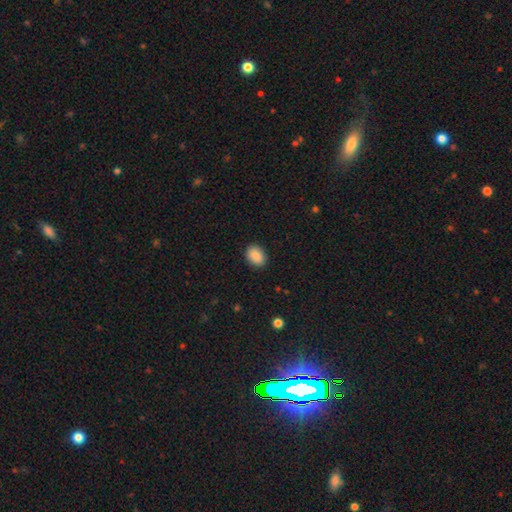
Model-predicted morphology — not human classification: Q: Smooth or featured?
A: smooth (89%); runner-up: star or artifact (8%)
Q: How rounded?
A: in between (69%); runner-up: round (30%)
Q: Merging?
A: none (89%); runner-up: minor disturbance (8%)